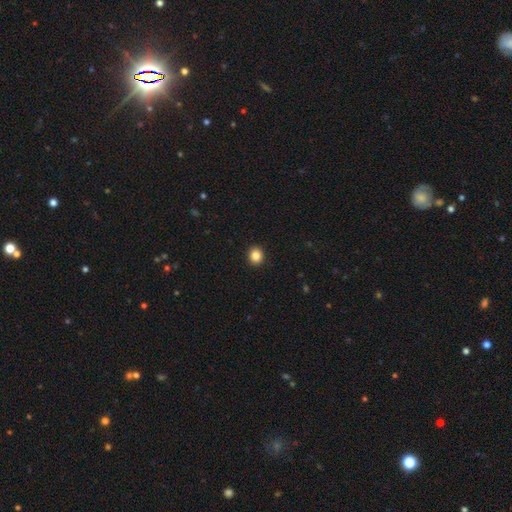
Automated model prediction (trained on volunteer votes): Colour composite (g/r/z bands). It shows a smooth galaxy with no disk features (85%) that is round (79%). Merging: none (93%).